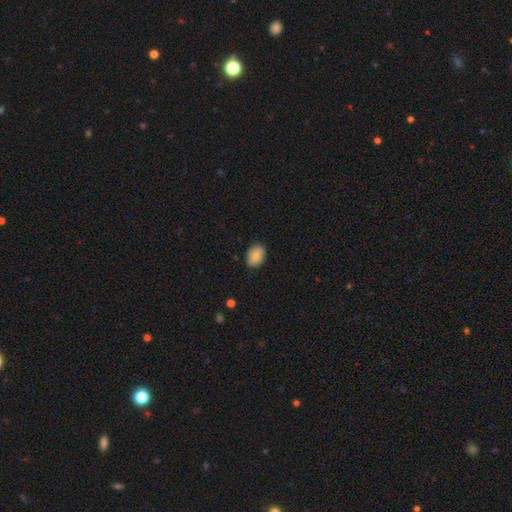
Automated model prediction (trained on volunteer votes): smooth 83%, featured or disk 10%, star or artifact 7%. Down the decision tree: how rounded — in between (83%); merging — none (85%).